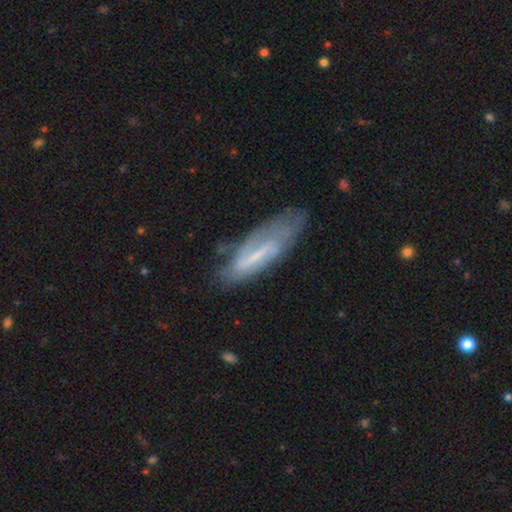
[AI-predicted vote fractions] smooth_or_featured: featured or disk (p=0.67) [alt: smooth p=0.26]
disk_edge_on: no (p=0.77) [alt: yes p=0.23]
bar: strong (p=0.44) [alt: weak p=0.38]
has_spiral_arms: yes (p=0.72) [alt: no p=0.28]
bulge_size: small (p=0.51) [alt: none p=0.24]
merging: none (p=0.57) [alt: minor disturbance p=0.27]